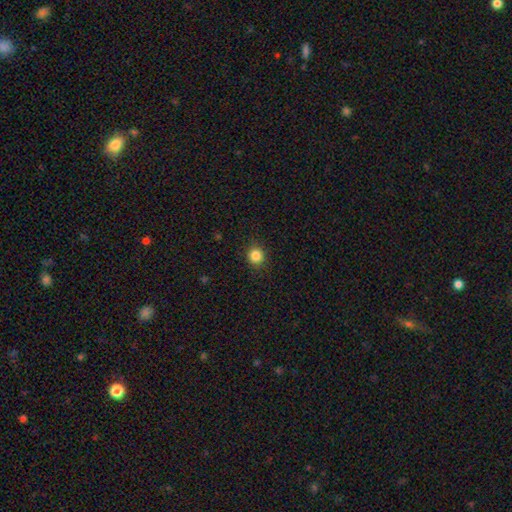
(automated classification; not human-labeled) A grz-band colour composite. It shows a smooth galaxy with no disk features (85%) that is round (91%). Merging: none (91%).